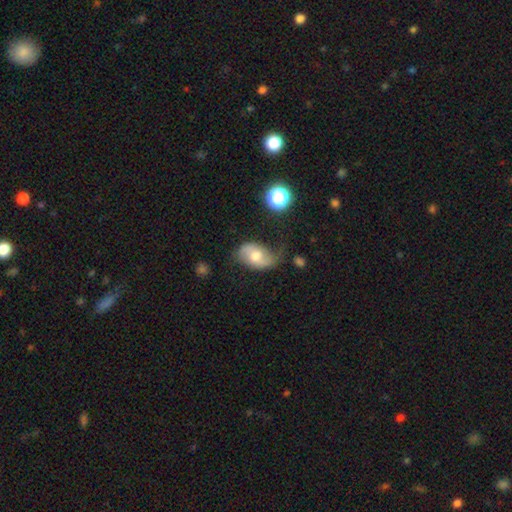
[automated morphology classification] A featured or disk galaxy (48%).

Vote fractions:
- Smooth or featured? featured or disk: 48% / smooth: 44% / star or artifact: 8%
- Merging? none: 48% / minor disturbance: 32% / major disturbance: 16% / merger: 3%